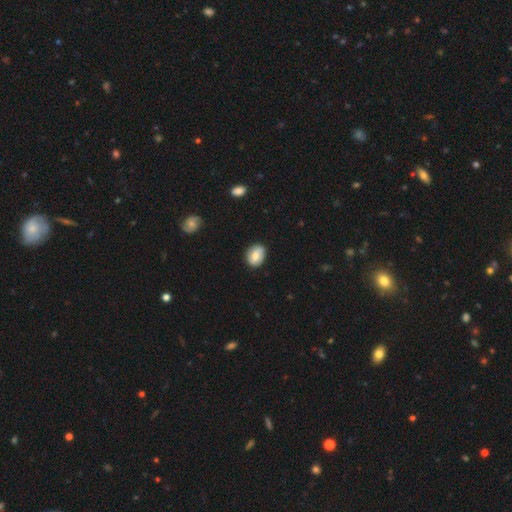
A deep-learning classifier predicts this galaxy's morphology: smooth_or_featured: smooth (p=0.67) [alt: featured or disk p=0.25]
how_rounded: in between (p=0.53) [alt: round p=0.45]
merging: none (p=0.85) [alt: minor disturbance p=0.11]